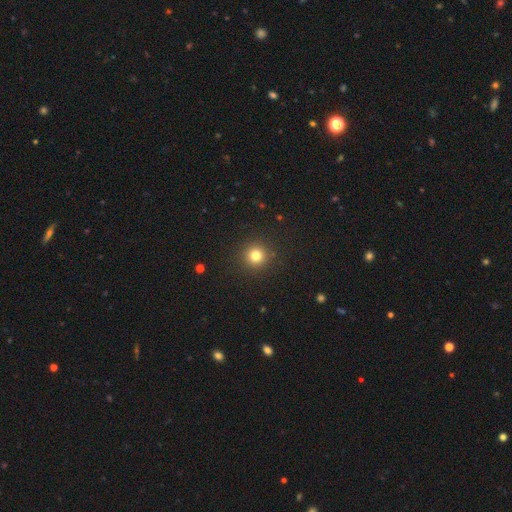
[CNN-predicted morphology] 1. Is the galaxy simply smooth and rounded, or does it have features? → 80% smooth, 14% star or artifact, 6% featured or disk.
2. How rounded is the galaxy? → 95% round, 4% in between, 1% cigar-shaped.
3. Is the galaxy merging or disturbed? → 92% none, 5% minor disturbance, 2% major disturbance, 1% merger.